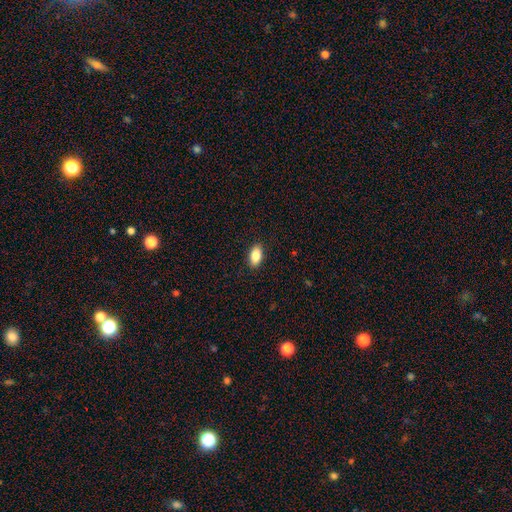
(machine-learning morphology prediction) This is clearly a smooth galaxy (85%). How rounded: clearly in between (90%). Merging: clearly none (89%).